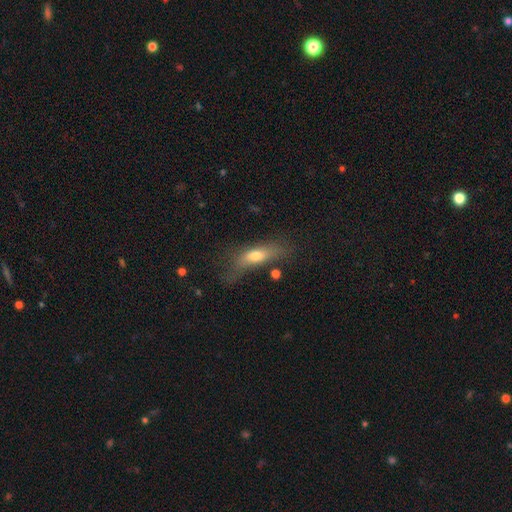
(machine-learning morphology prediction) This is likely a smooth galaxy (64%). How rounded: possibly in between (51%). Merging: possibly none (48%).